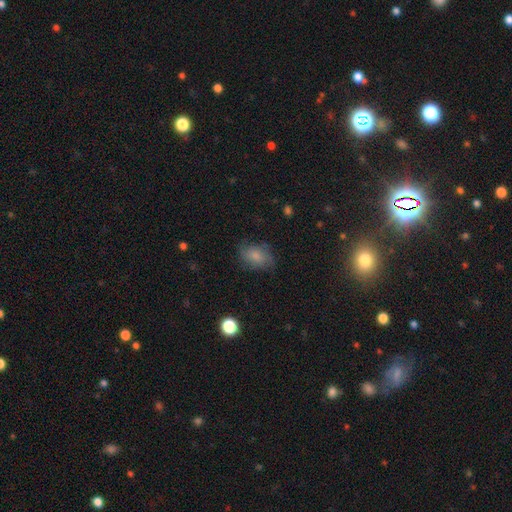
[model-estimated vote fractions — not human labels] The model was most divided on "merging": none: 66%, minor disturbance: 24%, major disturbance: 9%, merger: 1%. More confident: how rounded — in between (75%); smooth or featured — smooth (72%).